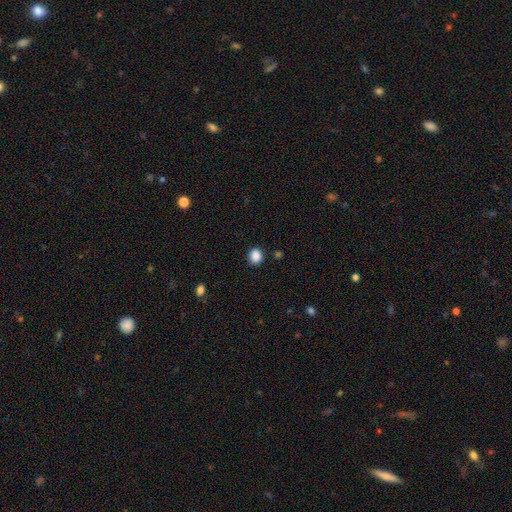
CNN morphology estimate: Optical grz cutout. It shows a smooth galaxy with no disk features (88%) that is round (70%). Merging: none (87%).